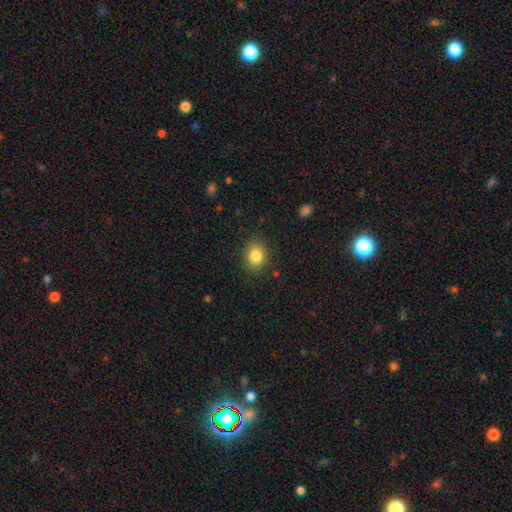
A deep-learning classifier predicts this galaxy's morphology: Smooth or featured? Predicted: smooth (p=0.84). How rounded? Predicted: round (p=0.55). Merging? Predicted: none (p=0.87).